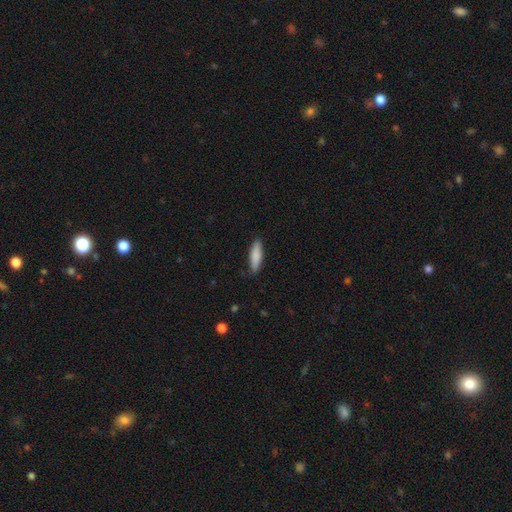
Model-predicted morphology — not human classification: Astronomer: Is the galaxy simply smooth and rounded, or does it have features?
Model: smooth — 84%.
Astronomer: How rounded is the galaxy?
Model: cigar-shaped — 66%.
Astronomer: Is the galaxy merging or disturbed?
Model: none — 86%.